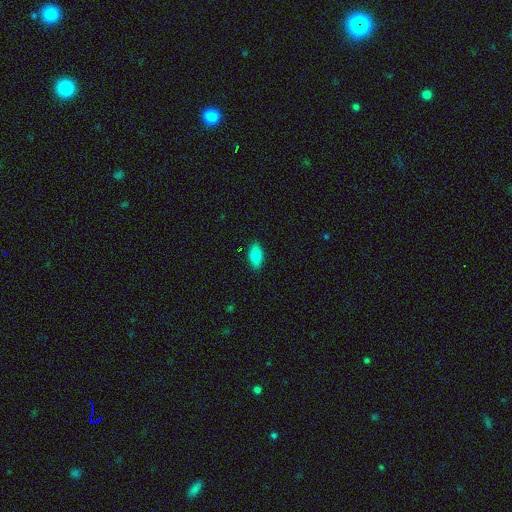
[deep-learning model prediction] Smooth or featured: smooth — 82% (featured or disk — 11%)
How rounded: in between — 89% (cigar-shaped — 7%)
Merging: none — 89% (minor disturbance — 8%)